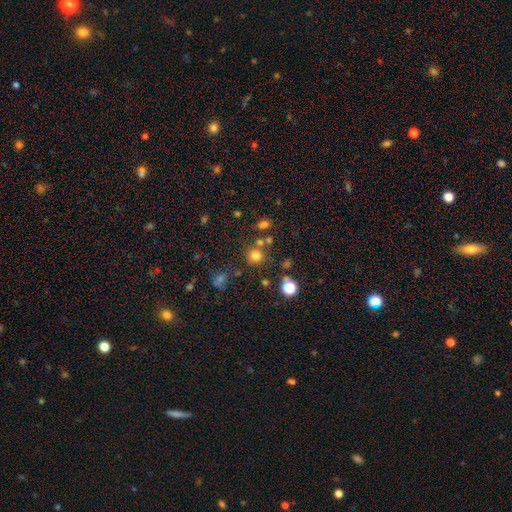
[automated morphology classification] The model was most divided on "smooth or featured": smooth: 74%, star or artifact: 19%, featured or disk: 7%. More confident: how rounded — round (91%); merging — none (74%).